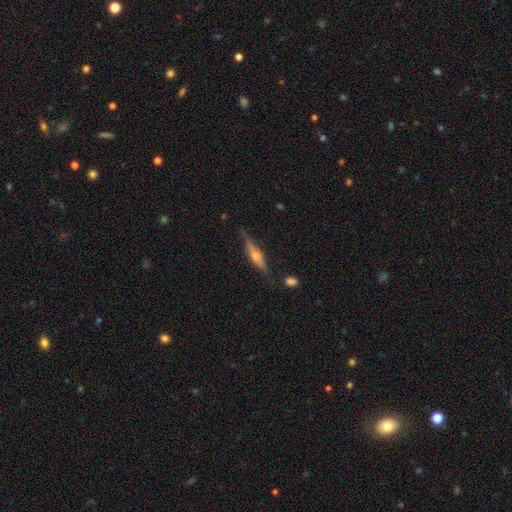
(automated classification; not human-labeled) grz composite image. It shows a featured or disk galaxy (68%) viewed edge-on (94%) with a rounded central bulge (87%). Merging: none (75%).